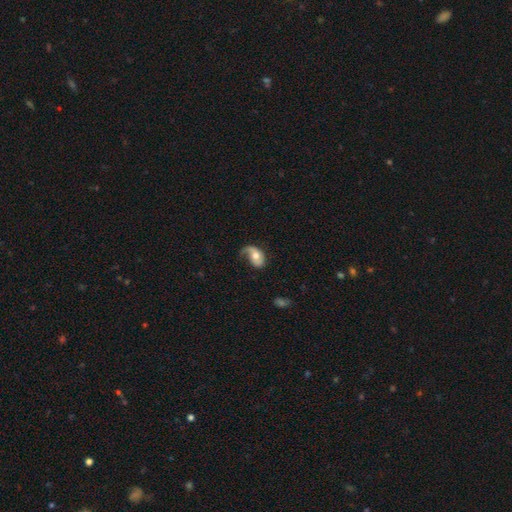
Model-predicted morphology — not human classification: Overall: featured or disk (59%; smooth 35%). Edge-on disk: no (96%). Bar: no (72%). Spiral arms: yes (84%). Bulge size: moderate (68%). Merging: none (36%; major disturbance 33%).